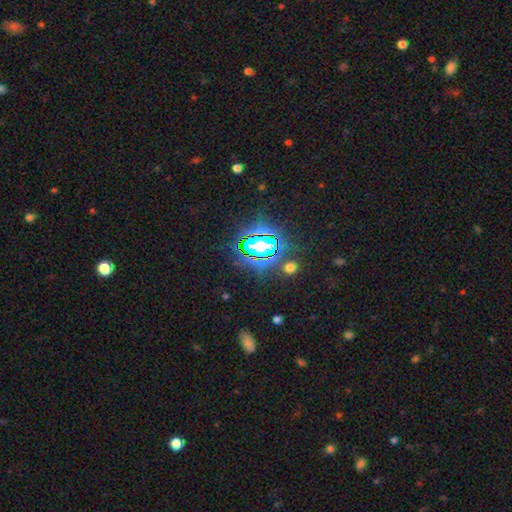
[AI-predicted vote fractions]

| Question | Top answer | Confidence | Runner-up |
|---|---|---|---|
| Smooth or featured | star or artifact | 83% | smooth (10%) |